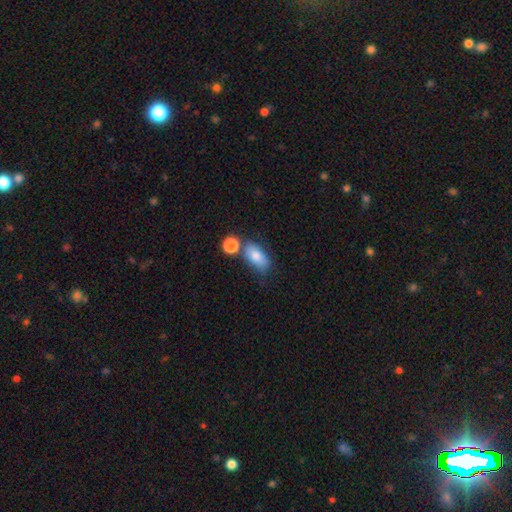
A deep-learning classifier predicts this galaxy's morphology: smooth_or_featured: smooth (p=0.78) [alt: featured or disk p=0.13]
how_rounded: in between (p=0.85) [alt: round p=0.10]
merging: none (p=0.59) [alt: minor disturbance p=0.18]